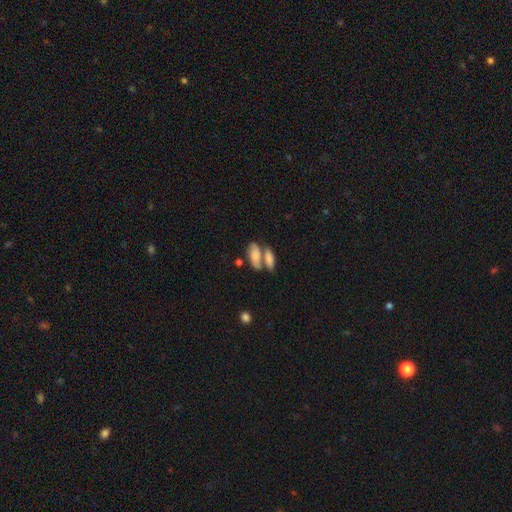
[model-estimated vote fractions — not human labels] This is likely a smooth galaxy (73%). How rounded: clearly in between (85%). Merging: possibly merger (57%).